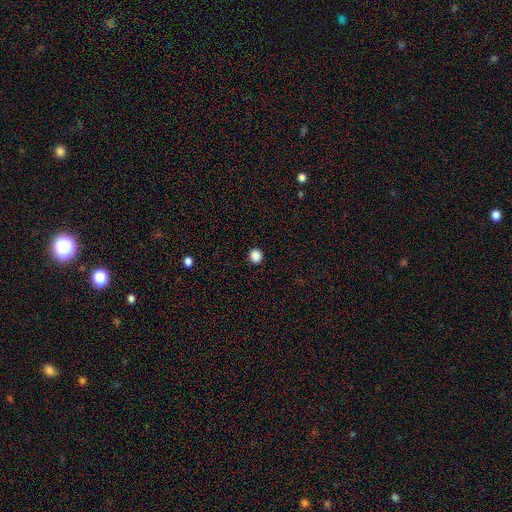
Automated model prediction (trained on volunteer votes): smooth 87%, star or artifact 10%, featured or disk 2%. Down the decision tree: how rounded — round (92%); merging — none (93%).